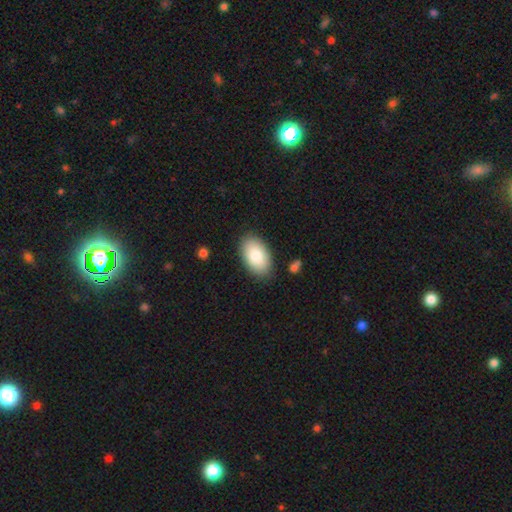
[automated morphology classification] smooth_or_featured: smooth (p=0.84) [alt: featured or disk p=0.10]
how_rounded: in between (p=0.94) [alt: round p=0.04]
merging: none (p=0.86) [alt: minor disturbance p=0.10]